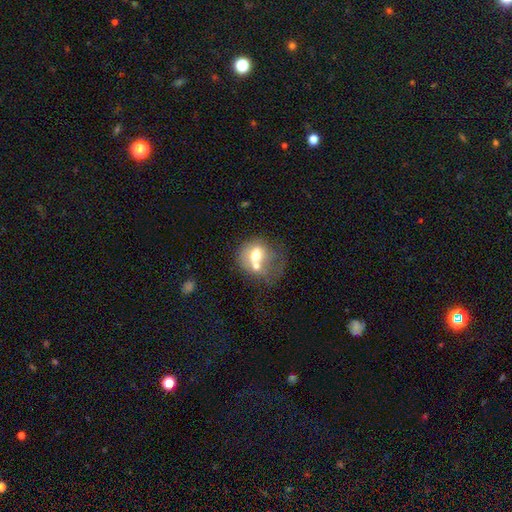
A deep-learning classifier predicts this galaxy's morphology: This is possibly a smooth galaxy (57%). How rounded: likely round (62%). Merging: possibly merger (53%).